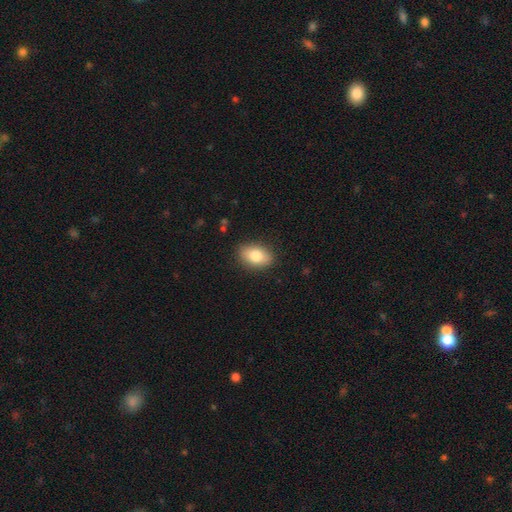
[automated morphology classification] A smooth galaxy with no disk features (80%) that is in between round and cigar-shaped (86%). Merging: none (86%).